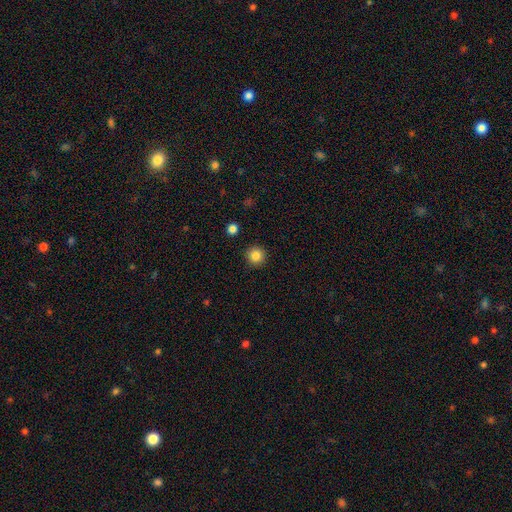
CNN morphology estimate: A smooth galaxy with no disk features (84%) that is round (95%). Merging: none (92%).